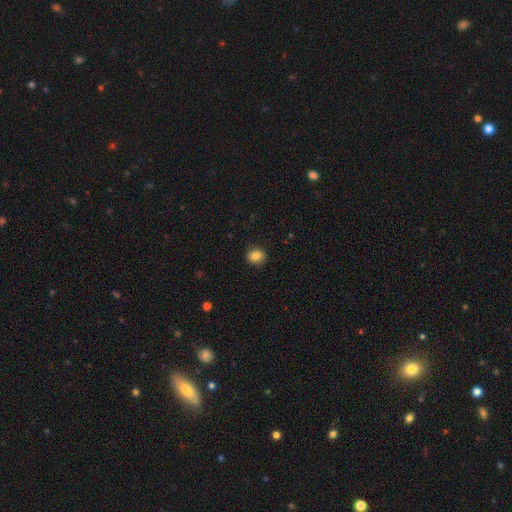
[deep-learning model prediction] smooth-or-featured: smooth: 84% | star or artifact: 10% | featured or disk: 6%
  how-rounded: round: 78% | in between: 21% | cigar-shaped: 1%
  merging: none: 89% | minor disturbance: 8% | major disturbance: 2% | merger: 1%